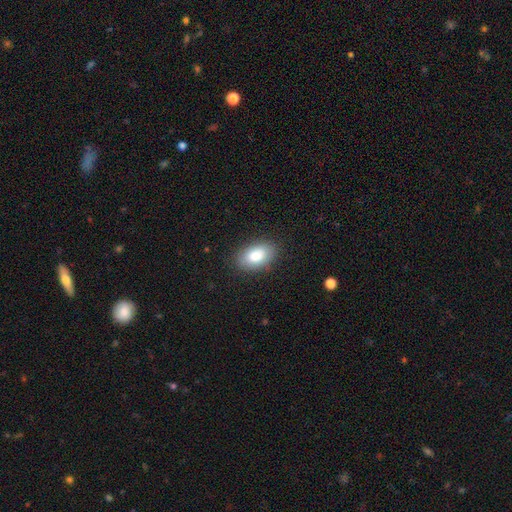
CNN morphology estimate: A smooth galaxy with no disk features (84%) that is in between round and cigar-shaped (91%). Merging: none (85%).